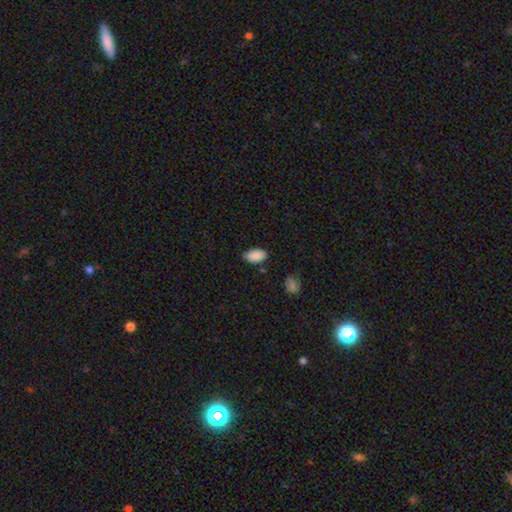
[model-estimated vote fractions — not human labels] smooth-or-featured: smooth: 90% | star or artifact: 7% | featured or disk: 4%
  how-rounded: in between: 94% | round: 4% | cigar-shaped: 2%
  merging: none: 79% | minor disturbance: 15% | major disturbance: 3% | merger: 2%